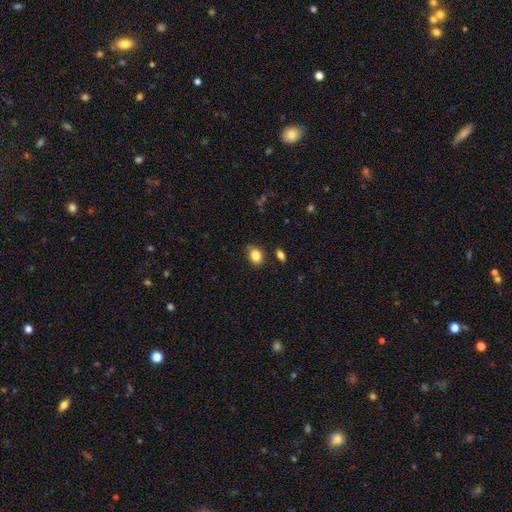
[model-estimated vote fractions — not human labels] This is clearly a smooth galaxy (84%). How rounded: possibly in between (54%). Merging: clearly none (82%).